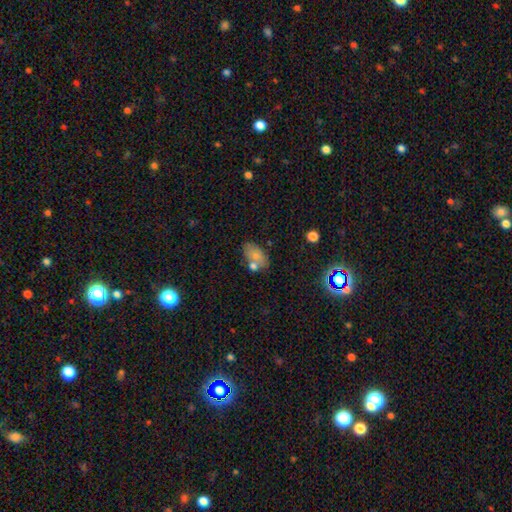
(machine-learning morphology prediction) smooth-or-featured: smooth: 72% | featured or disk: 18% | star or artifact: 10%
  how-rounded: in between: 90% | round: 8% | cigar-shaped: 2%
  merging: none: 56% | merger: 23% | minor disturbance: 16% | major disturbance: 5%